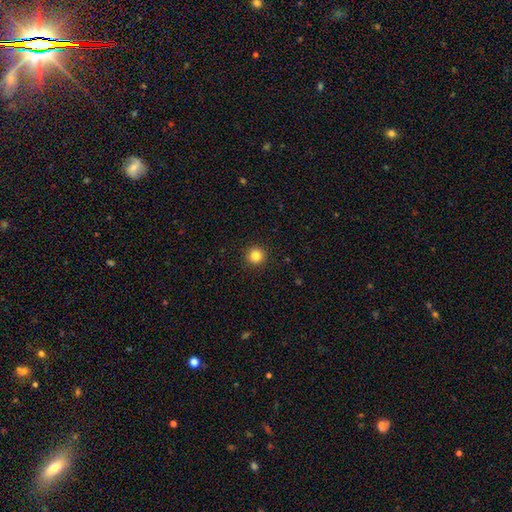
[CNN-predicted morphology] A smooth galaxy with no disk features (84%) that is round (96%). Merging: none (93%).